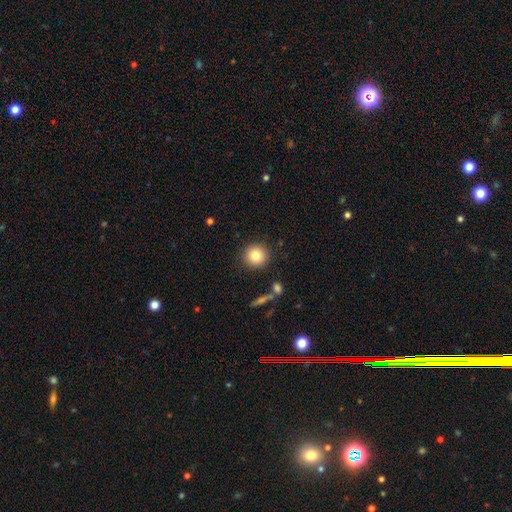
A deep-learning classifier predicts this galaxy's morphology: The model was most divided on "smooth or featured": smooth: 82%, star or artifact: 10%, featured or disk: 8%. More confident: how rounded — round (92%); merging — none (89%).